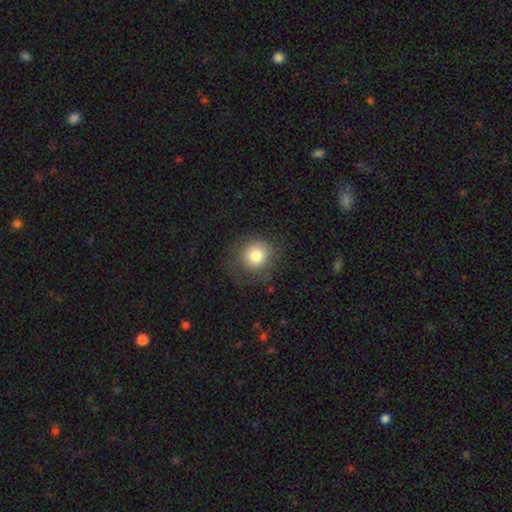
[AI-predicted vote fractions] Overall: smooth (79%). How rounded: round (86%). Merging: none (76%).